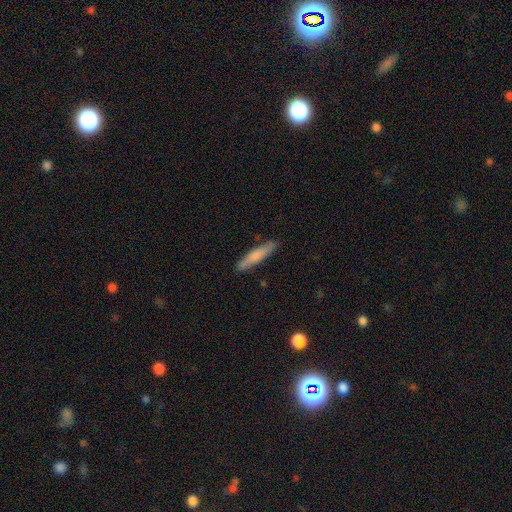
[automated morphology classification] type=smooth (72%); roundness=cigar-shaped (89%); merging=none (87%).